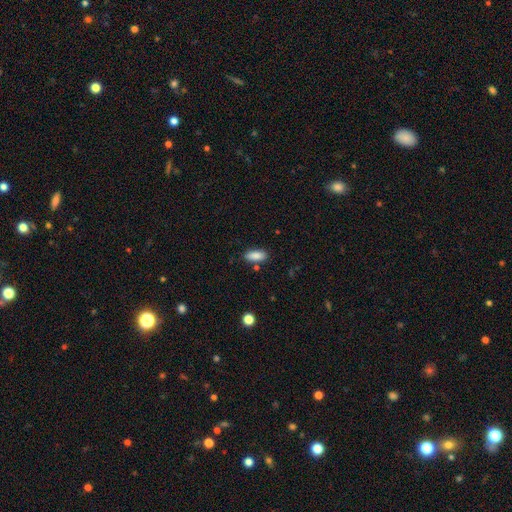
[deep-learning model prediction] A smooth galaxy with no disk features (87%) that is in between round and cigar-shaped (80%). Merging: none (82%).